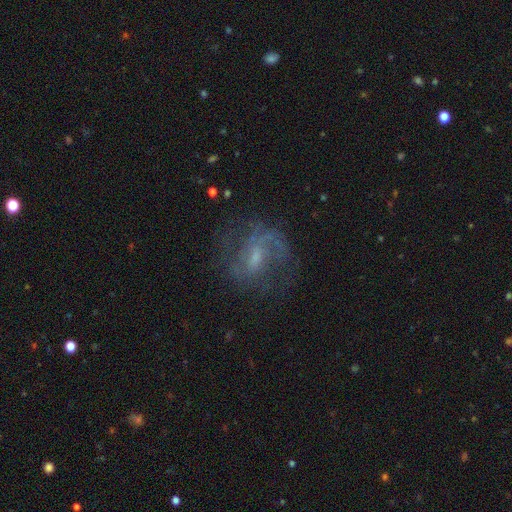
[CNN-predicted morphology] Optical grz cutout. It shows a featured or disk galaxy (73%) with a weak bar (56%), 2 (68%) medium (48%) spiral arms (86%) and a small central bulge (45%). Merging: none (64%).